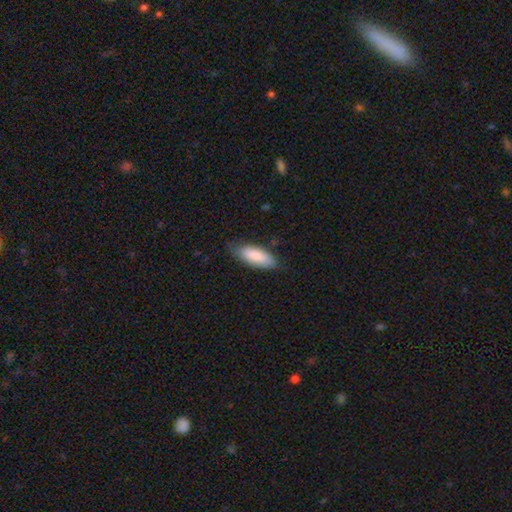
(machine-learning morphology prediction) A smooth galaxy with no disk features (85%) that is in between round and cigar-shaped (75%). Merging: none (75%).